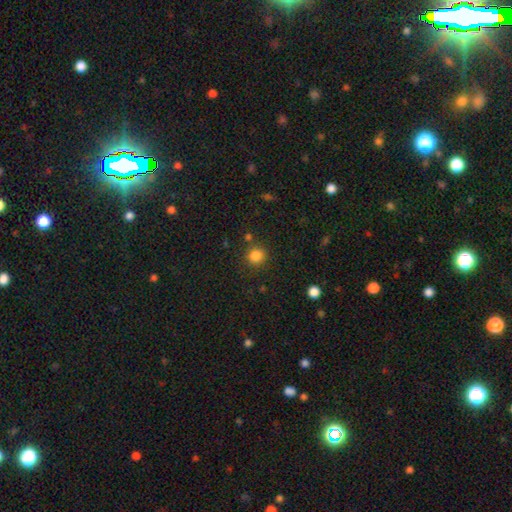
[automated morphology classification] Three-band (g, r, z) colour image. It shows a smooth galaxy with no disk features (83%) that is round (91%). Merging: none (84%).